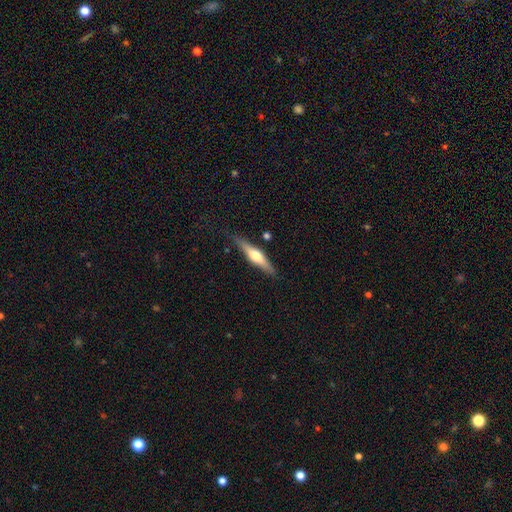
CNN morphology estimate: Smooth or featured?
  - featured or disk: 61% *
  - smooth: 33%
  - star or artifact: 6%
Edge-on disk?
  - yes: 96% *
  - no: 4%
Edge-on bulge?
  - rounded: 92% *
  - boxy: 5%
  - none: 3%
Merging?
  - none: 83% *
  - minor disturbance: 12%
  - major disturbance: 2%
  - merger: 2%